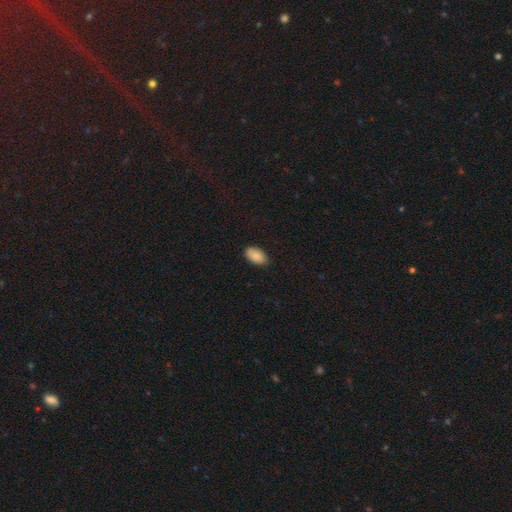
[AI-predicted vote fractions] Morphology: type=smooth (88%); roundness=in between (95%); merging=none (85%).